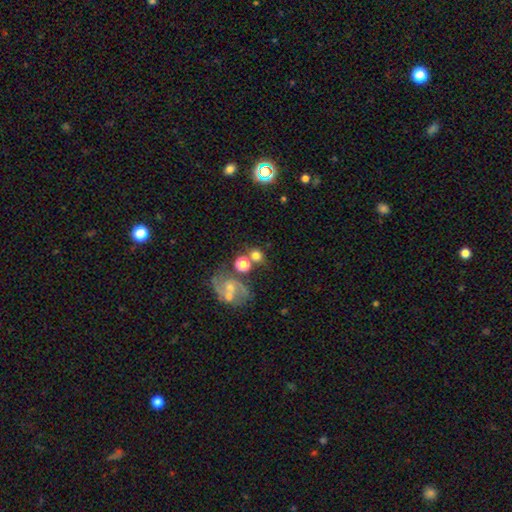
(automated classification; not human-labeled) A smooth galaxy with no disk features (71%) that is round (80%).

Vote fractions:
- Smooth or featured? smooth: 71% / featured or disk: 17% / star or artifact: 12%
- How rounded? round: 80% / in between: 18% / cigar-shaped: 2%
- Merging? none: 58% / merger: 24% / minor disturbance: 12% / major disturbance: 6%